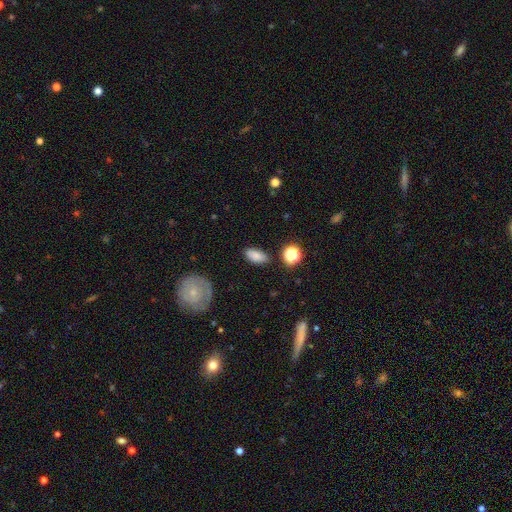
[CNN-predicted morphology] This appears to be a smooth galaxy with no disk features (82%) that is in between round and cigar-shaped (89%). Merging: none (82%).